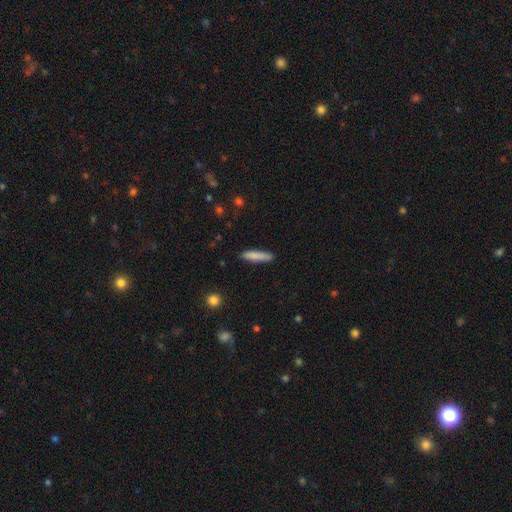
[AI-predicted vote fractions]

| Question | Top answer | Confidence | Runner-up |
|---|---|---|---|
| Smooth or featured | smooth | 83% | featured or disk (11%) |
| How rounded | cigar-shaped | 86% | in between (12%) |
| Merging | none | 85% | minor disturbance (11%) |